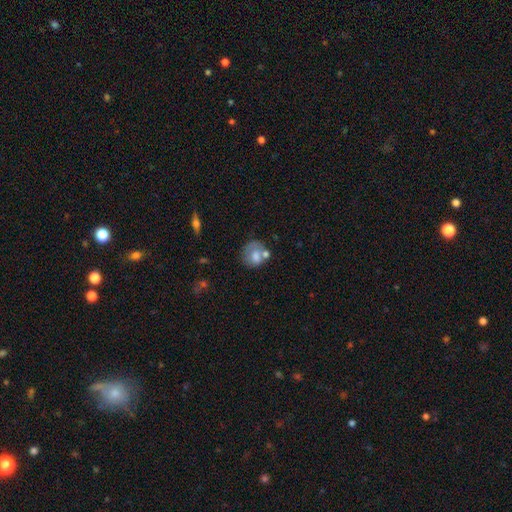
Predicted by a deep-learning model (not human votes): Morphology: type=smooth (64%); roundness=round (68%); merging=none (44%).